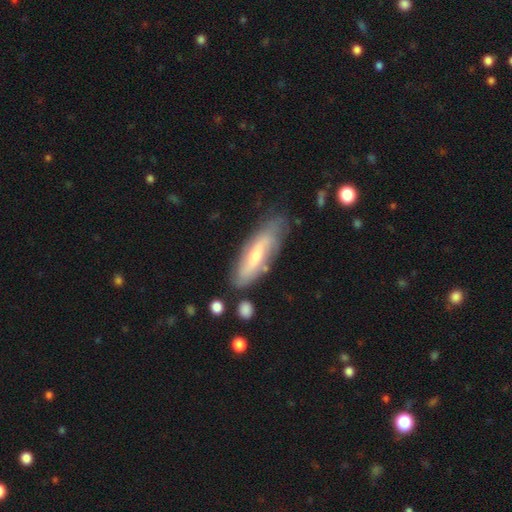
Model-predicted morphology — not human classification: featured or disk 51%, smooth 43%, star or artifact 7%. Down the decision tree: edge-on disk — no (65%); merging — none (71%).